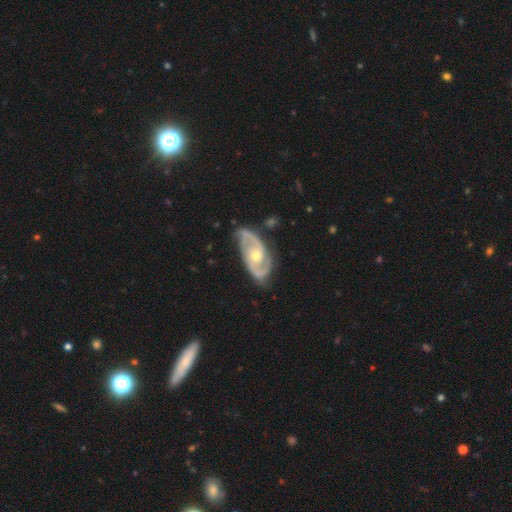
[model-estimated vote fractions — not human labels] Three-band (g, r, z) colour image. It shows a featured or disk galaxy (89%) with no bar (66%), 2 (85%) medium (47%) spiral arms (96%) and a moderate central bulge (63%). Merging: none (73%).